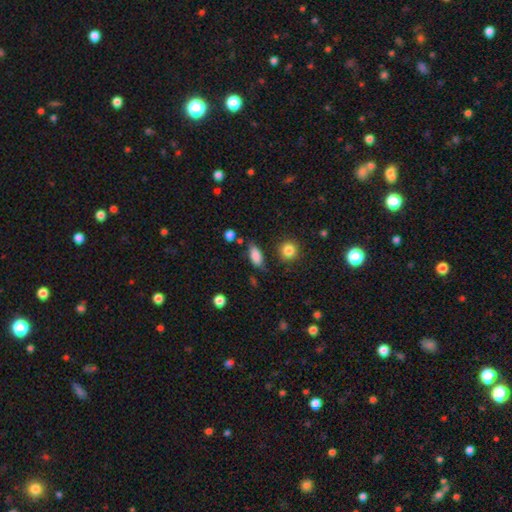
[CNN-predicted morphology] Overall: smooth (84%). How rounded: in between (83%). Merging: none (70%).